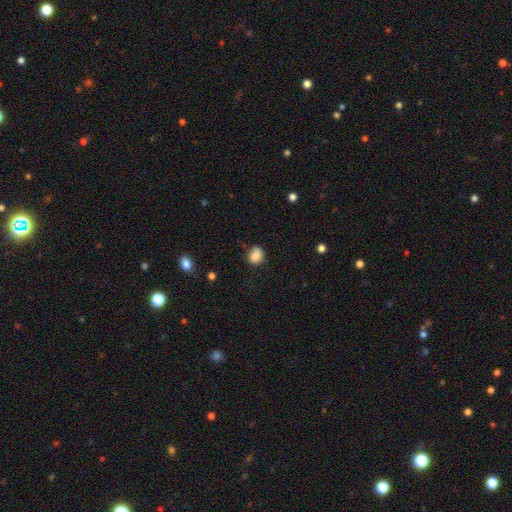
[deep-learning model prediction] smooth-or-featured: smooth: 85% | star or artifact: 9% | featured or disk: 6%
  how-rounded: round: 54% | in between: 45% | cigar-shaped: 1%
  merging: none: 67% | minor disturbance: 24% | major disturbance: 6% | merger: 3%